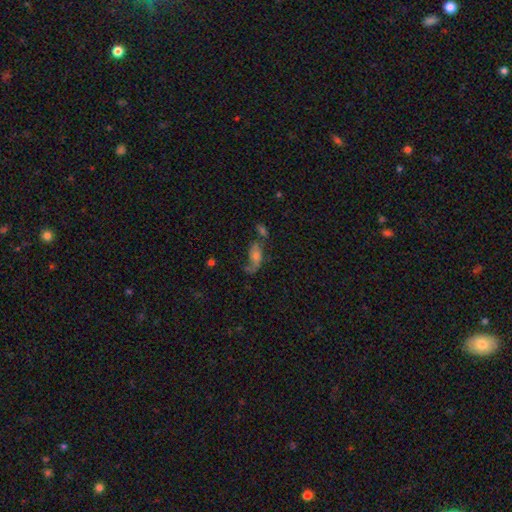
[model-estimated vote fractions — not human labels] Smooth or featured? Predicted: featured or disk (p=0.46). Merging? Predicted: none (p=0.35).